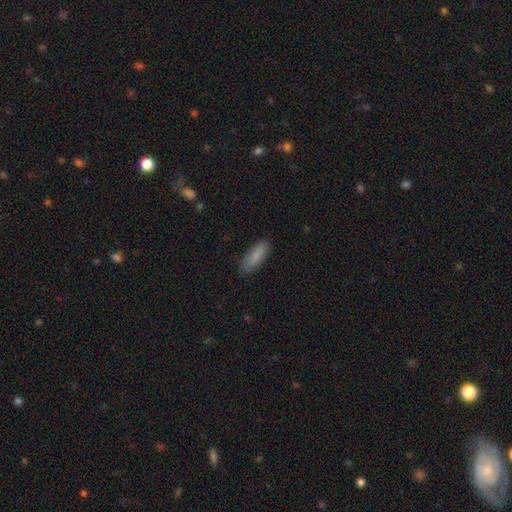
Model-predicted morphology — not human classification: This appears to be a smooth galaxy with no disk features (87%) that is in between round and cigar-shaped (60%). Merging: none (84%).